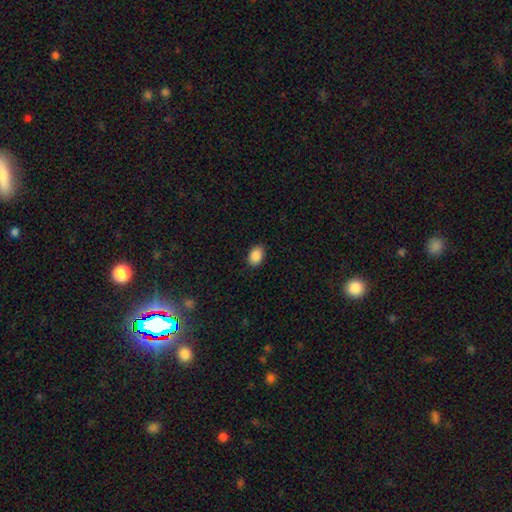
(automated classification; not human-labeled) smooth 89%, star or artifact 8%, featured or disk 4%. Down the decision tree: how rounded — in between (81%); merging — none (88%).